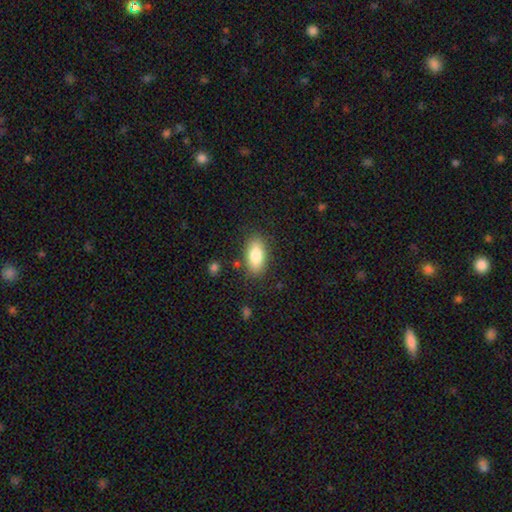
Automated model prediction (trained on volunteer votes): smooth-or-featured: smooth: 82% | featured or disk: 11% | star or artifact: 7%
  how-rounded: in between: 87% | cigar-shaped: 9% | round: 3%
  merging: none: 84% | minor disturbance: 11% | major disturbance: 3% | merger: 2%